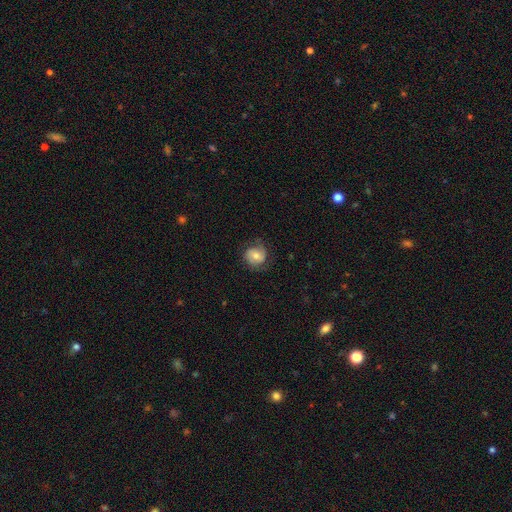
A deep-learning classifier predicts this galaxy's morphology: Smooth or featured? featured or disk (47%)
Merging? none (70%)